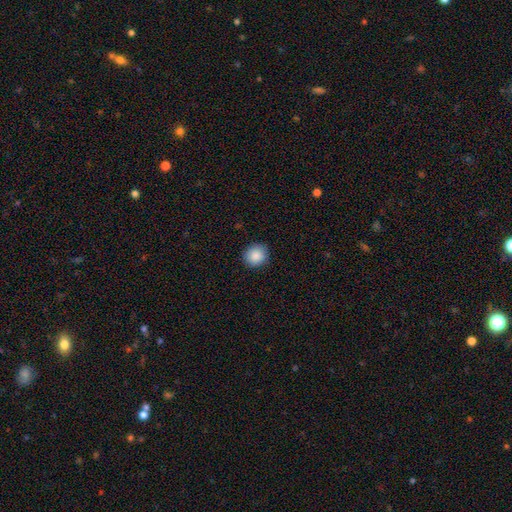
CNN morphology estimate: smooth 88%, star or artifact 8%, featured or disk 4%. Down the decision tree: how rounded — round (87%); merging — none (90%).